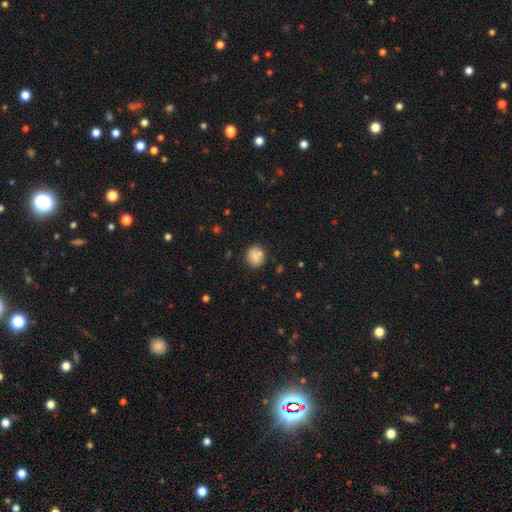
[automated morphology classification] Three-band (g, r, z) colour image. It shows a smooth galaxy with no disk features (79%) that is round (75%). Merging: none (70%).